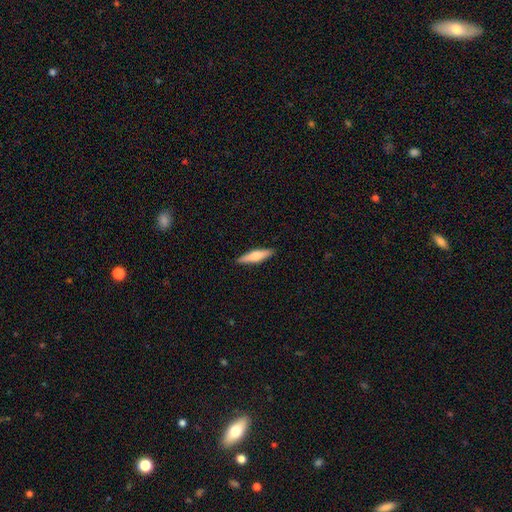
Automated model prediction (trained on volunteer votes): Smooth or featured?
  - smooth: 57% *
  - featured or disk: 38%
  - star or artifact: 5%
How rounded?
  - cigar-shaped: 76% *
  - in between: 22%
  - round: 2%
Merging?
  - none: 90% *
  - minor disturbance: 7%
  - major disturbance: 2%
  - merger: 1%